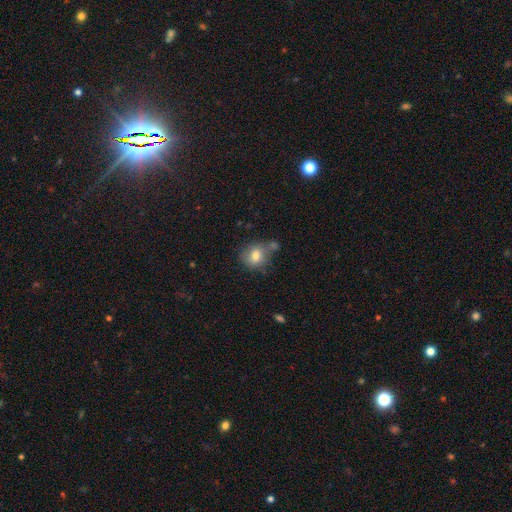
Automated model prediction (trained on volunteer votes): Smooth or featured? smooth (76%)
How rounded? round (76%)
Merging? none (57%)